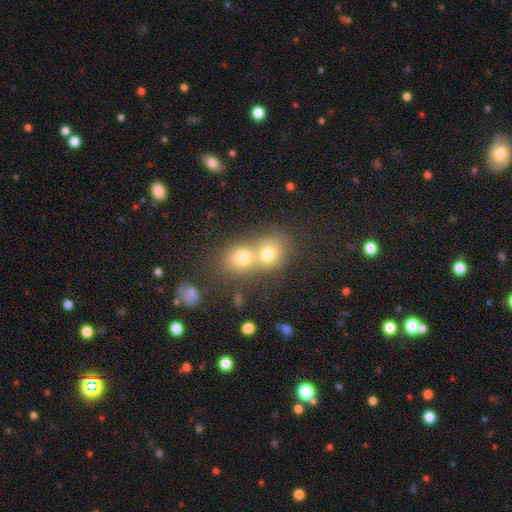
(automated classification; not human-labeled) This is likely a smooth galaxy (60%). How rounded: likely round (70%). Merging: likely merger (61%).